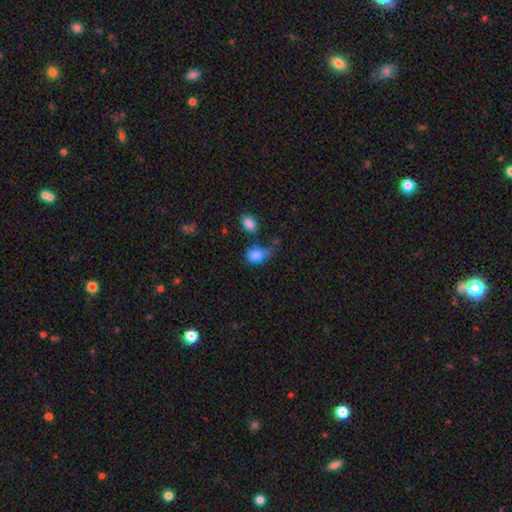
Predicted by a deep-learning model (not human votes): Overall: smooth (82%). How rounded: in between (63%; round 36%). Merging: none (36%; minor disturbance 30%).